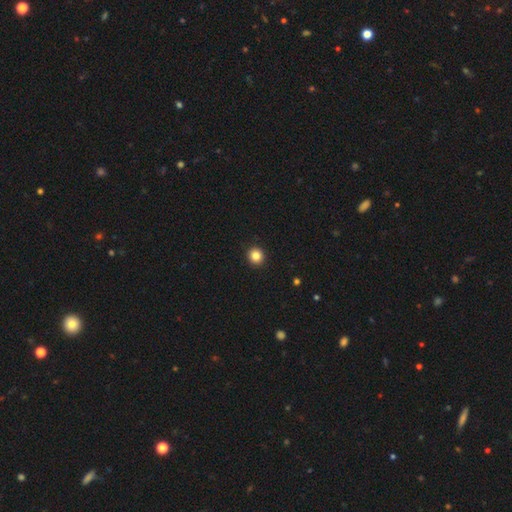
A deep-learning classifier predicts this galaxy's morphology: The model was most divided on "smooth or featured": smooth: 85%, star or artifact: 11%, featured or disk: 4%. More confident: merging — none (94%); how rounded — round (92%).